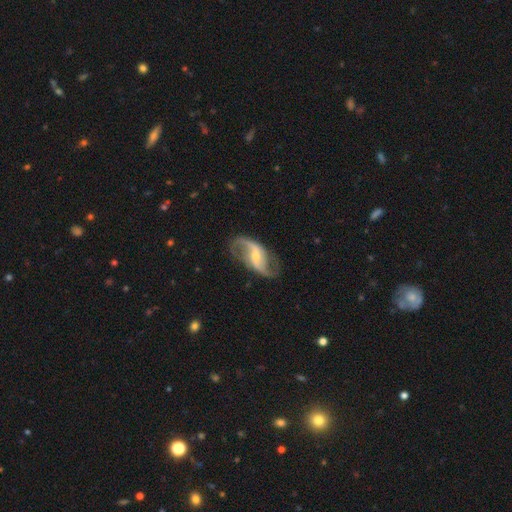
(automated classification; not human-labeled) The model was most divided on "bar": weak: 44%, no: 30%, strong: 27%. More confident: edge-on disk — no (96%); spiral arms — yes (96%); spiral arm count — 2 (93%); smooth or featured — featured or disk (88%); merging — none (77%); spiral winding — loose (68%); bulge size — small (55%).